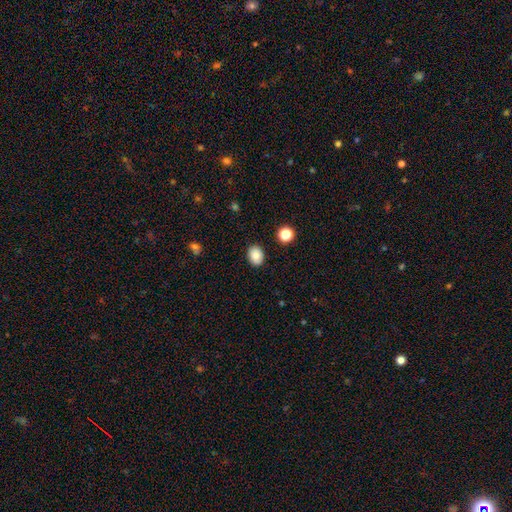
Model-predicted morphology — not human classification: Overall: smooth (80%). How rounded: in between (59%; round 40%). Merging: none (88%).